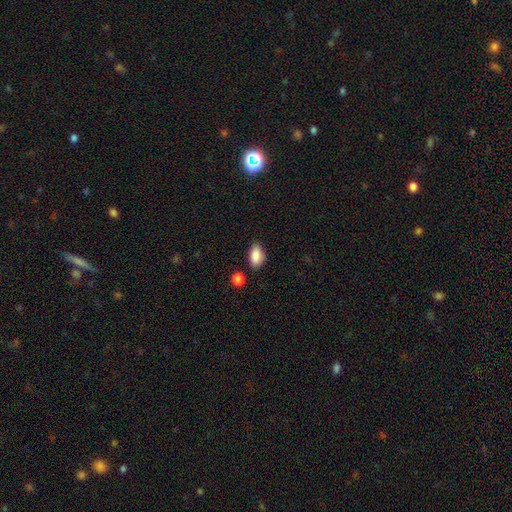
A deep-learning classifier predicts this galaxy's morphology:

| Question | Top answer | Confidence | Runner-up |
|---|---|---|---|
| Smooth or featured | smooth | 88% | star or artifact (7%) |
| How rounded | in between | 90% | round (6%) |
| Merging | none | 79% | minor disturbance (15%) |